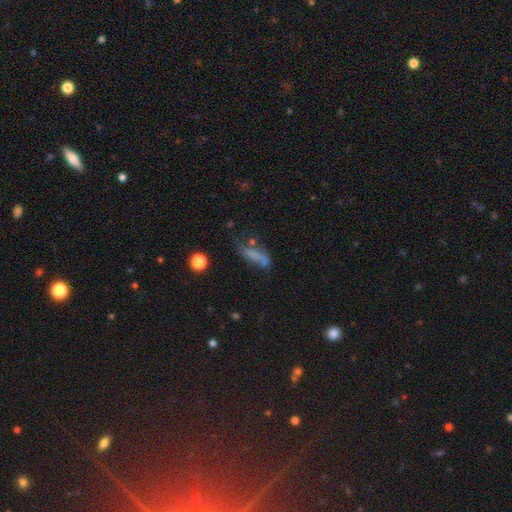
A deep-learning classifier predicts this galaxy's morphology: A smooth galaxy with no disk features (60%) that is cigar-shaped (53%).

Vote fractions:
- Smooth or featured? smooth: 60% / featured or disk: 26% / star or artifact: 14%
- How rounded? cigar-shaped: 53% / in between: 43% / round: 4%
- Merging? none: 42% / minor disturbance: 25% / major disturbance: 20% / merger: 13%